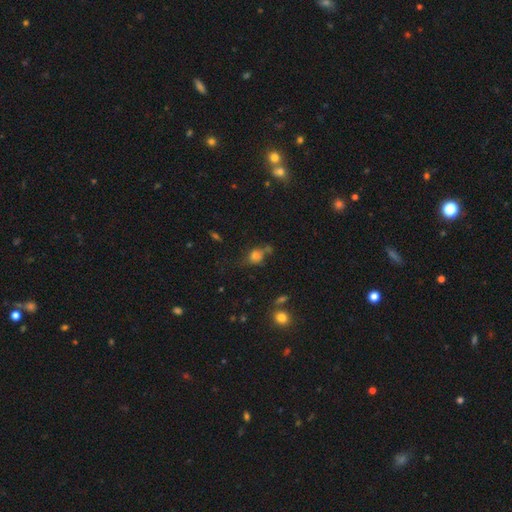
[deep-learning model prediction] smooth-or-featured: smooth: 72% | star or artifact: 16% | featured or disk: 12%
  how-rounded: round: 49% | in between: 48% | cigar-shaped: 3%
  merging: none: 49% | minor disturbance: 24% | merger: 15% | major disturbance: 13%